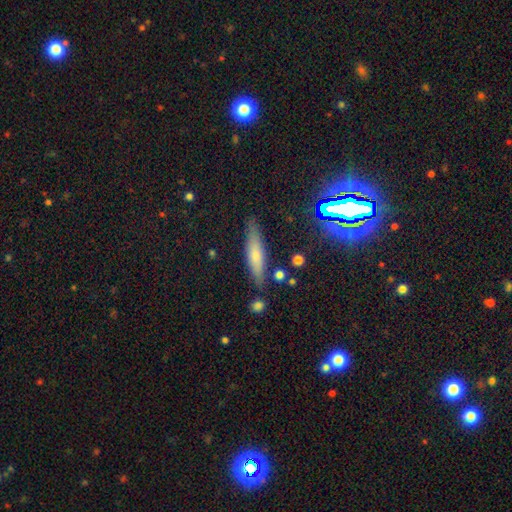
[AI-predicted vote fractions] smooth_or_featured: smooth (p=0.62) [alt: featured or disk p=0.27]
how_rounded: cigar-shaped (p=0.78) [alt: in between p=0.20]
merging: none (p=0.81) [alt: minor disturbance p=0.12]